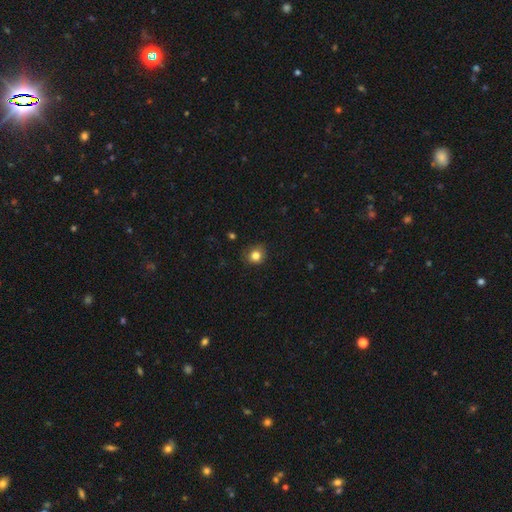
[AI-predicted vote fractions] smooth_or_featured: smooth (p=0.82) [alt: star or artifact p=0.11]
how_rounded: round (p=0.82) [alt: in between p=0.17]
merging: none (p=0.81) [alt: minor disturbance p=0.15]